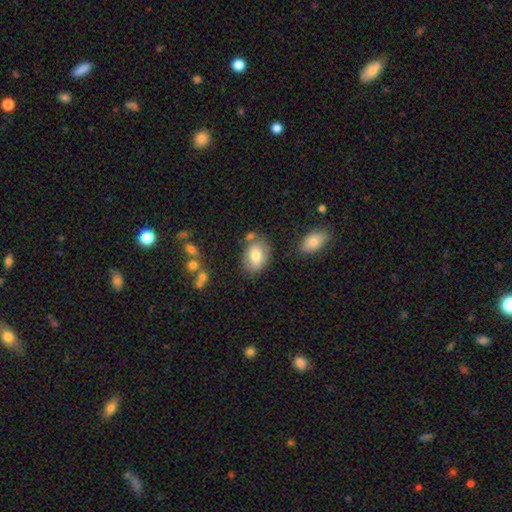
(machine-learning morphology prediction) This is likely a smooth galaxy (75%). How rounded: likely in between (78%). Merging: likely none (70%).